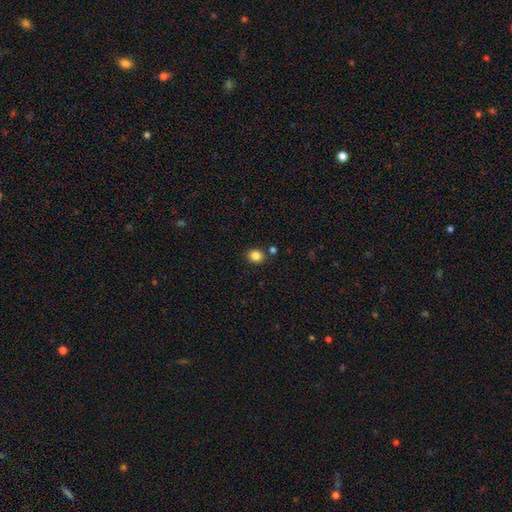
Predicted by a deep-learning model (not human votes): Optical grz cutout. It shows a smooth galaxy with no disk features (85%) that is round (70%). Merging: none (84%).